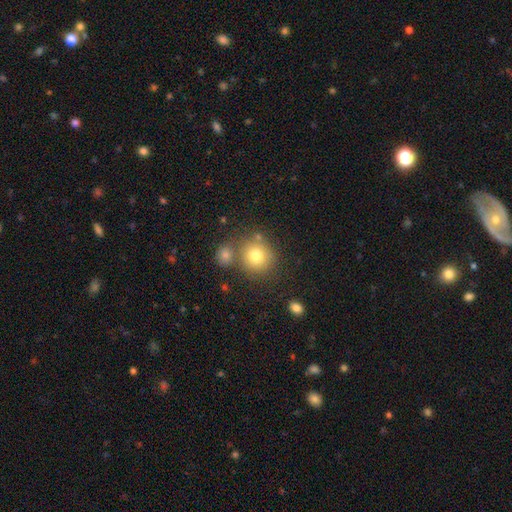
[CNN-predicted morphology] A smooth galaxy with no disk features (76%) that is round (88%). Merging: none (65%).